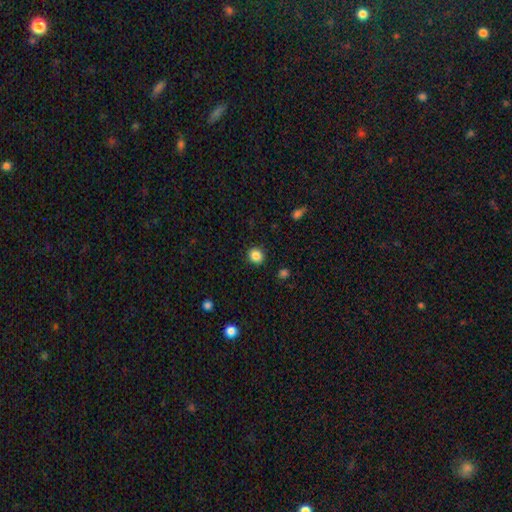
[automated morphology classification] A smooth galaxy with no disk features (86%) that is round (83%). Merging: none (91%).